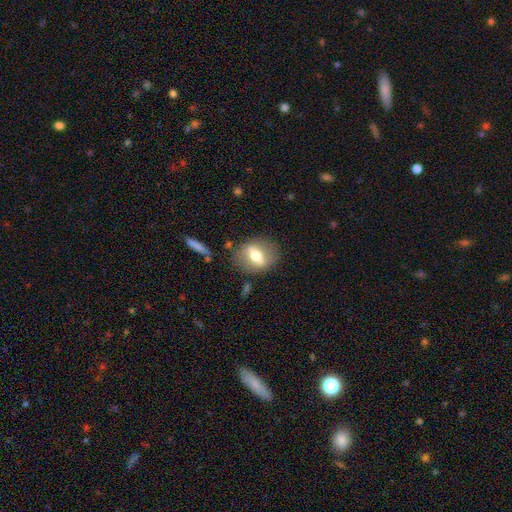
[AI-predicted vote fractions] Morphology: type=smooth (48%); merging=none (80%).